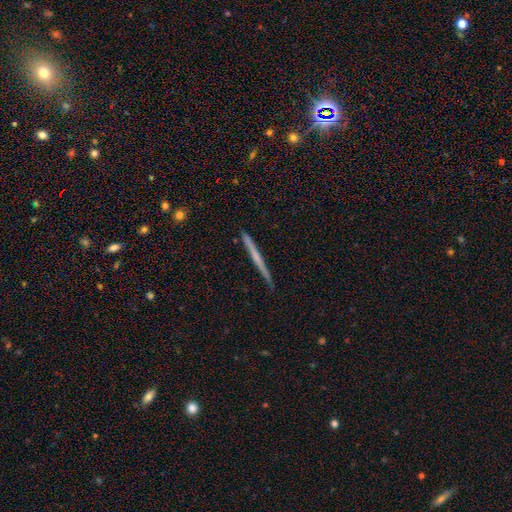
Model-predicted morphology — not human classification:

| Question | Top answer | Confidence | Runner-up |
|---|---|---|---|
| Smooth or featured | featured or disk | 56% | smooth (38%) |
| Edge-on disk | yes | 98% | no (2%) |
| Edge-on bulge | none | 80% | rounded (15%) |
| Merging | none | 91% | minor disturbance (7%) |